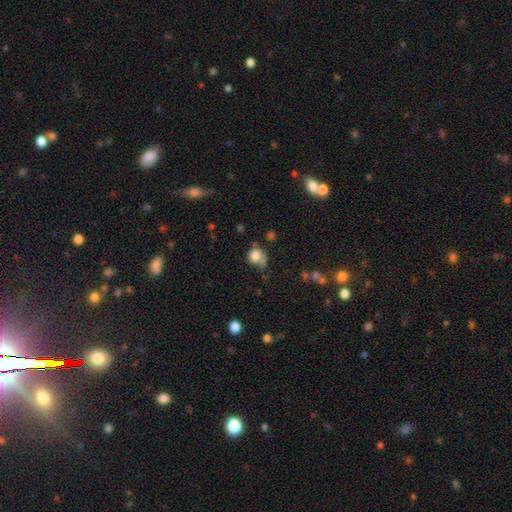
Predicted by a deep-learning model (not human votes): Q: Smooth or featured?
A: smooth (77%); runner-up: featured or disk (12%)
Q: How rounded?
A: round (69%); runner-up: in between (30%)
Q: Merging?
A: none (40%); runner-up: minor disturbance (33%)